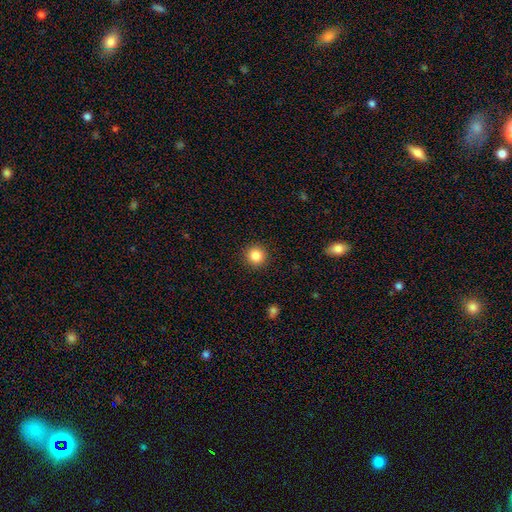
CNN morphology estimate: Q: Smooth or featured?
A: smooth (85%); runner-up: star or artifact (10%)
Q: How rounded?
A: round (95%); runner-up: in between (4%)
Q: Merging?
A: none (92%); runner-up: minor disturbance (5%)